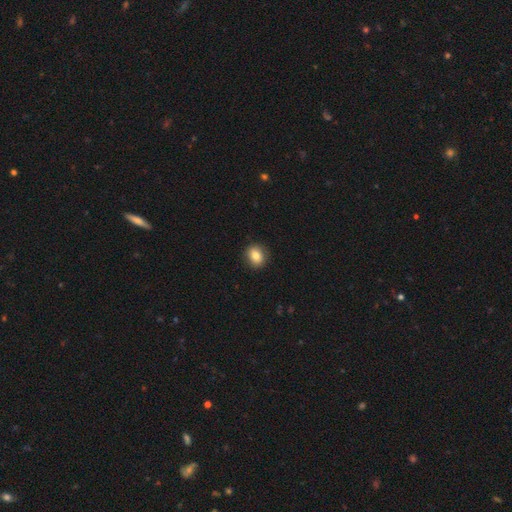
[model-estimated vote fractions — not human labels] smooth 83%, star or artifact 9%, featured or disk 8%. Down the decision tree: how rounded — round (67%); merging — none (89%).